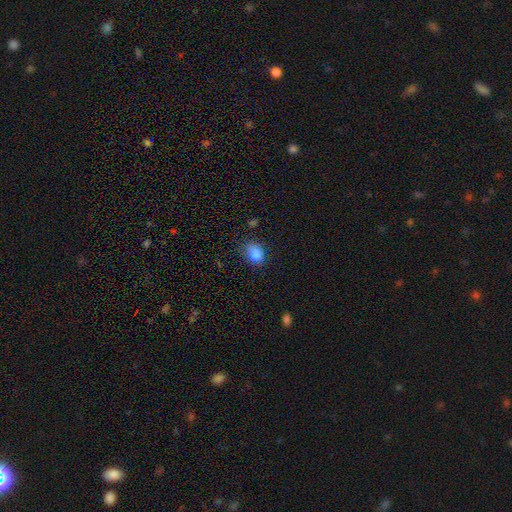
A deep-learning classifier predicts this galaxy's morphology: smooth_or_featured: smooth (p=0.81) [alt: star or artifact p=0.11]
how_rounded: in between (p=0.68) [alt: round p=0.30]
merging: none (p=0.62) [alt: minor disturbance p=0.28]